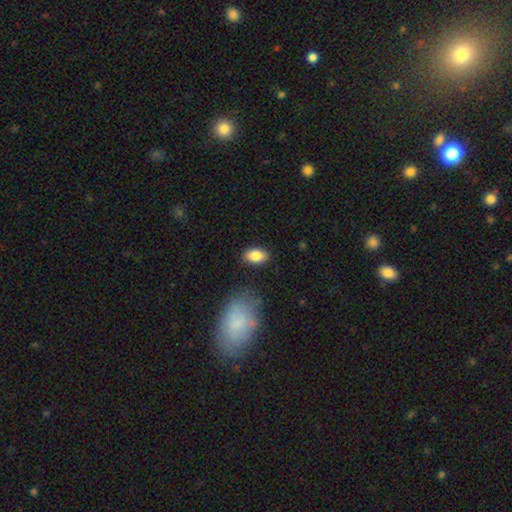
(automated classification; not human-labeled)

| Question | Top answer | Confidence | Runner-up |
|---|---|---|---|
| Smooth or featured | smooth | 85% | featured or disk (8%) |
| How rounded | in between | 90% | round (7%) |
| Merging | none | 86% | minor disturbance (10%) |